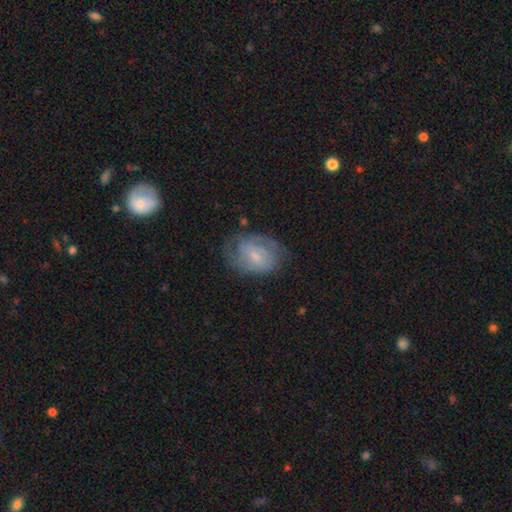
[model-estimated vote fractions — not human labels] Smooth or featured?
  - featured or disk: 65% *
  - smooth: 27%
  - star or artifact: 7%
Edge-on disk?
  - no: 97% *
  - yes: 3%
Bar?
  - no: 47% *
  - weak: 46%
  - strong: 7%
Spiral arms?
  - yes: 85% *
  - no: 15%
Spiral winding?
  - tight: 50% *
  - medium: 37%
  - loose: 13%
Spiral arm count?
  - can't tell: 40% *
  - 2: 35%
  - 3: 13%
  - 1: 5%
  - 4: 4%
  - more than 4: 3%
Bulge size?
  - small: 56% *
  - moderate: 31%
  - none: 9%
  - large: 2%
  - dominant: 1%
Merging?
  - none: 60% *
  - minor disturbance: 24%
  - major disturbance: 14%
  - merger: 2%